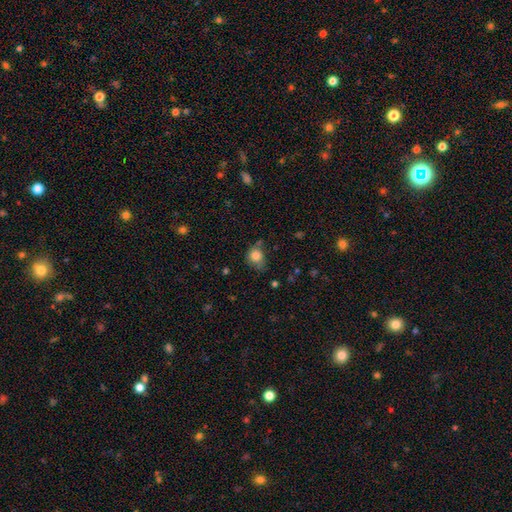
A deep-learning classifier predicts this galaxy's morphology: This is clearly a smooth galaxy (83%). How rounded: likely round (70%). Merging: possibly none (53%).